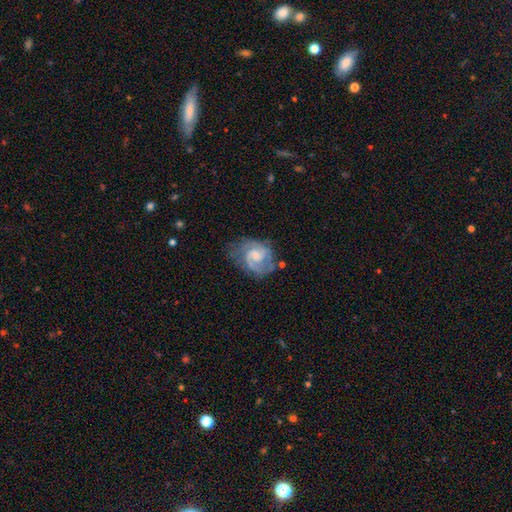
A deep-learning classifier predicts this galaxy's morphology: This appears to be a featured or disk galaxy (79%) with a weak bar (47%), 2 (72%) medium (46%) spiral arms (94%) and a moderate central bulge (41%). Merging: none (56%).